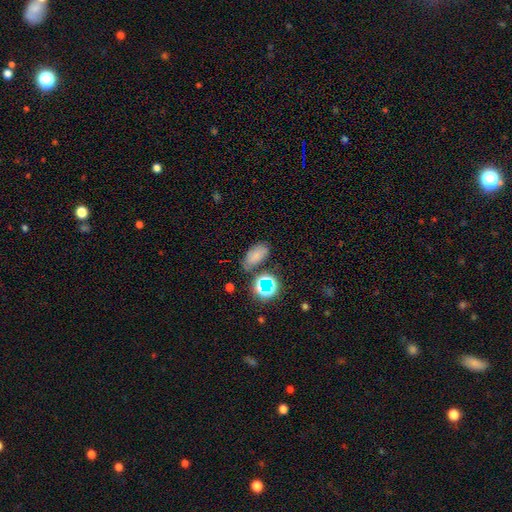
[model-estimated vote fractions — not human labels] smooth-or-featured: smooth: 67% | star or artifact: 21% | featured or disk: 12%
  how-rounded: in between: 89% | round: 8% | cigar-shaped: 3%
  merging: none: 69% | minor disturbance: 18% | merger: 9% | major disturbance: 5%